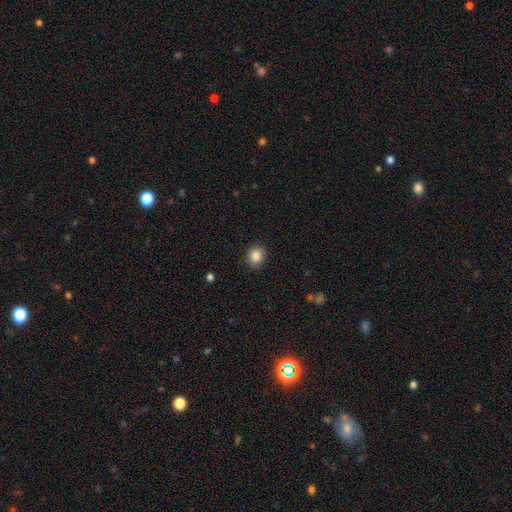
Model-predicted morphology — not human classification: Smooth or featured: smooth — 87% (star or artifact — 9%)
How rounded: round — 61% (in between — 38%)
Merging: none — 87% (minor disturbance — 9%)